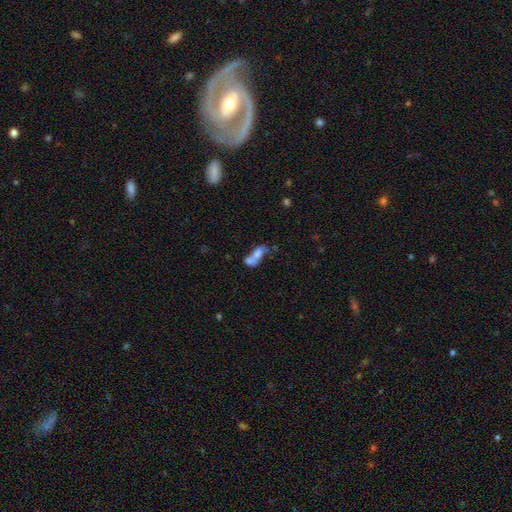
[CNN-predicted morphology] type=smooth (63%); roundness=in between (76%); merging=merger (65%).